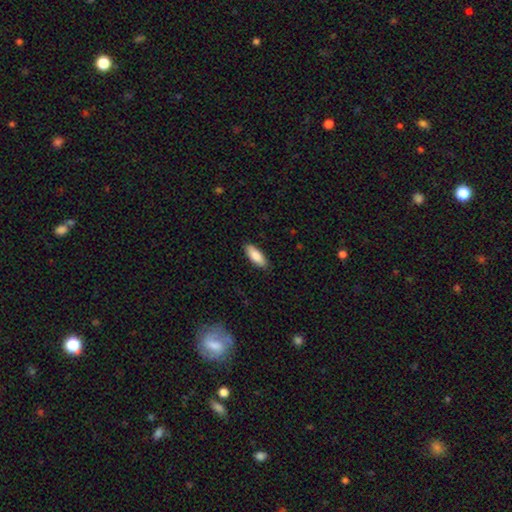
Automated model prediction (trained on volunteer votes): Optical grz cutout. It shows a smooth galaxy with no disk features (86%) that is in between round and cigar-shaped (70%). Merging: none (88%).